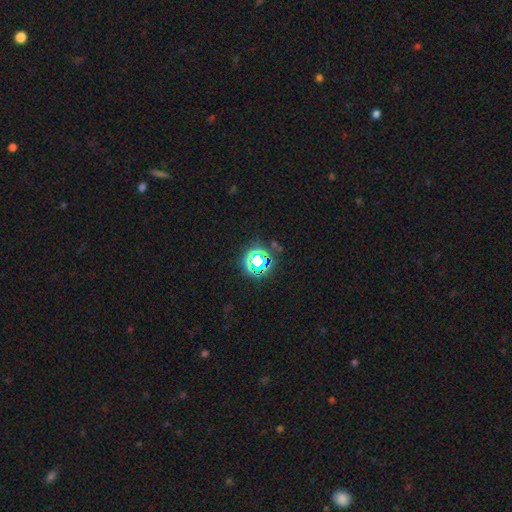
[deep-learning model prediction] Overall: star or artifact (73%).